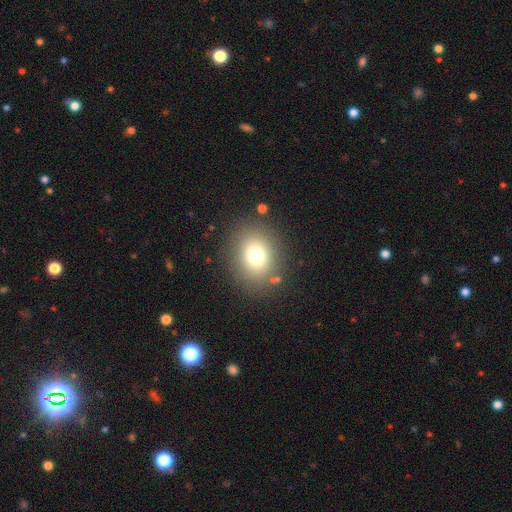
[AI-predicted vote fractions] smooth_or_featured: smooth (p=0.74) [alt: star or artifact p=0.15]
how_rounded: round (p=0.65) [alt: in between p=0.34]
merging: none (p=0.84) [alt: minor disturbance p=0.09]